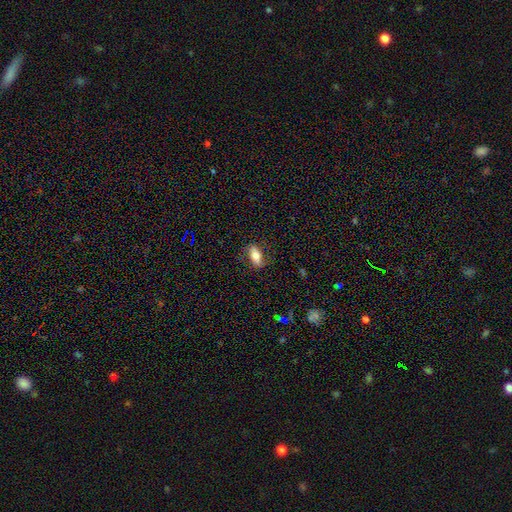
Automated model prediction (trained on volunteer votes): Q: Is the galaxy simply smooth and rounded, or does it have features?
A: smooth — 66%.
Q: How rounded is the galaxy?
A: in between — 79%.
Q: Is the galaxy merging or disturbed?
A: none — 78%.